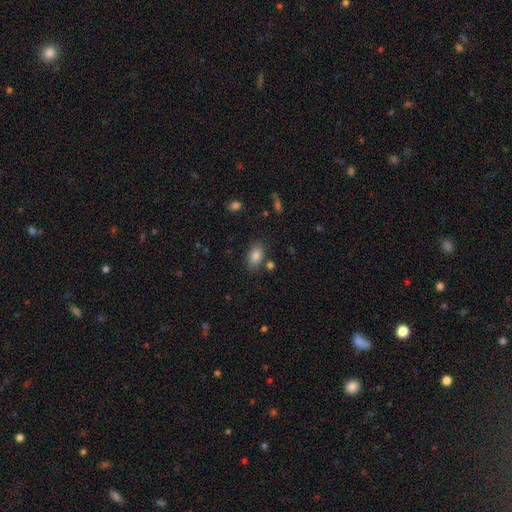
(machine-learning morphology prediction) smooth-or-featured: smooth: 85% | star or artifact: 8% | featured or disk: 7%
  how-rounded: in between: 88% | round: 11% | cigar-shaped: 2%
  merging: none: 78% | minor disturbance: 13% | merger: 6% | major disturbance: 4%